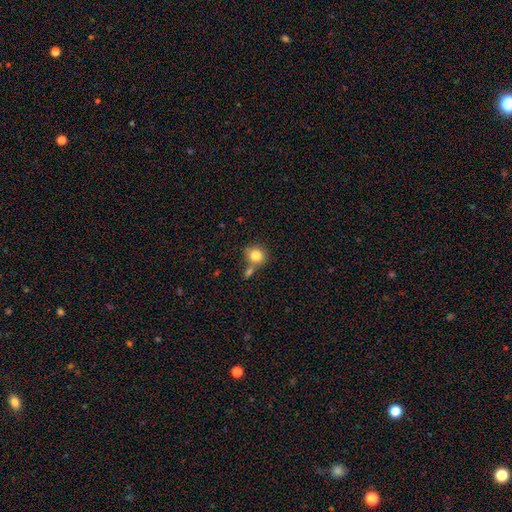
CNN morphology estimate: Smooth or featured?
  - smooth: 82% *
  - star or artifact: 10%
  - featured or disk: 8%
How rounded?
  - round: 77% *
  - in between: 22%
  - cigar-shaped: 1%
Merging?
  - none: 55% *
  - merger: 28%
  - minor disturbance: 13%
  - major disturbance: 5%